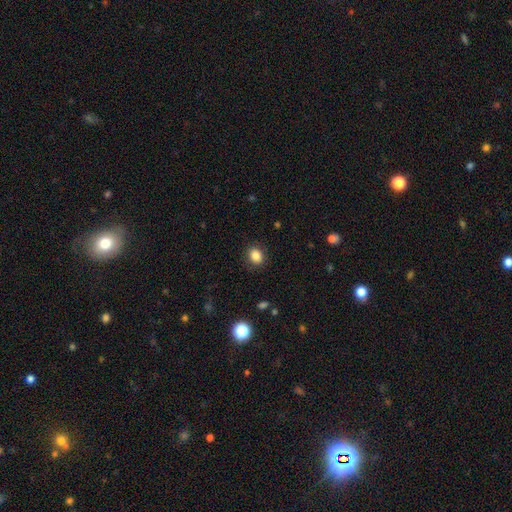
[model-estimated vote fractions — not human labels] This appears to be a smooth galaxy with no disk features (85%) that is round (53%). Merging: none (88%).